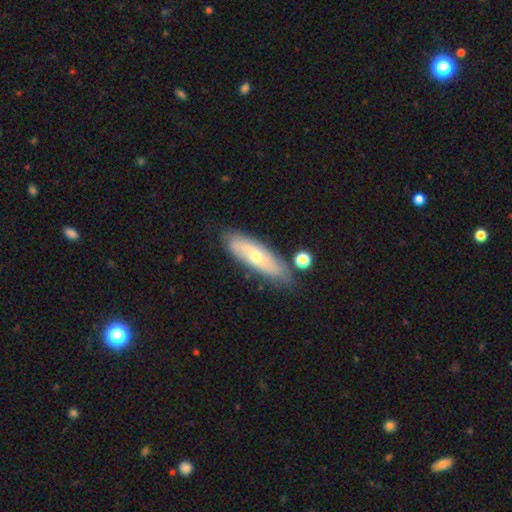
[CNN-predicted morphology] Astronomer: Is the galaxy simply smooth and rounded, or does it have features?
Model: featured or disk — 48% (runner-up: smooth, 45%).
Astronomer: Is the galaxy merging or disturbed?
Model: none — 74%.